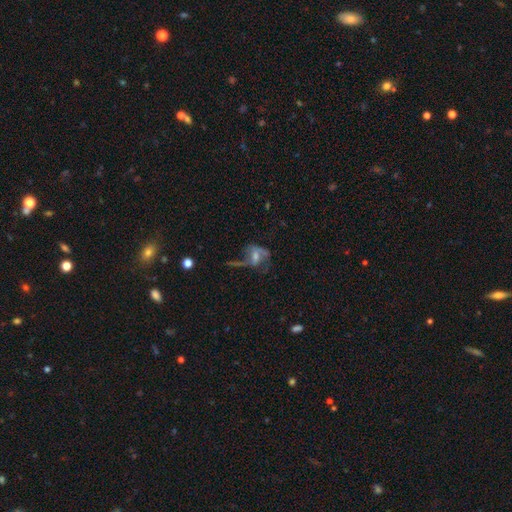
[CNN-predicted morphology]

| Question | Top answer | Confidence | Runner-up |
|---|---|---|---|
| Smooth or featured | featured or disk | 70% | smooth (17%) |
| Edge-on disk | no | 95% | yes (5%) |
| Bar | weak | 44% | no (38%) |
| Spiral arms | yes | 76% | no (24%) |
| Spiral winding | loose | 63% | medium (29%) |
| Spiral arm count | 2 | 58% | 1 (15%) |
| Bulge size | moderate | 43% | small (39%) |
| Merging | major disturbance | 41% | none (36%) |